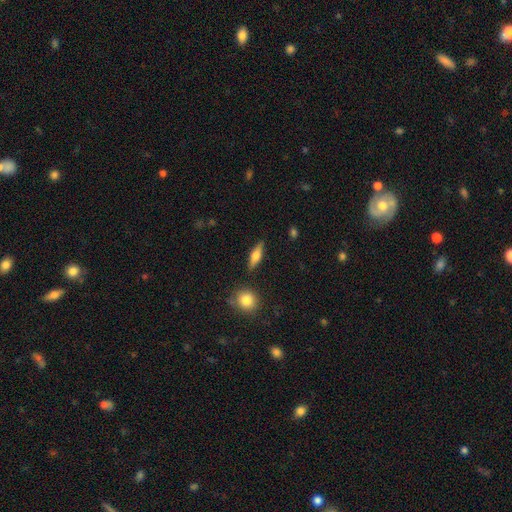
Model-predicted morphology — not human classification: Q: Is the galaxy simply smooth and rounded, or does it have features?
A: smooth — 53%.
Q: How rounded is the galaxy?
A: cigar-shaped — 48%.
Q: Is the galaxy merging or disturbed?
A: none — 85%.